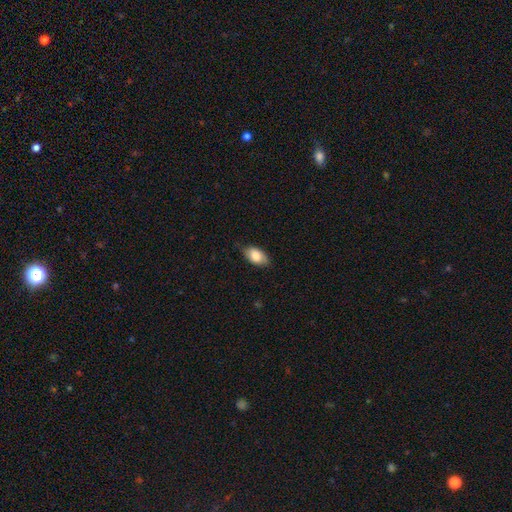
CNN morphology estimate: Smooth or featured: smooth — 79% (featured or disk — 14%)
How rounded: in between — 92% (round — 5%)
Merging: none — 75% (minor disturbance — 20%)